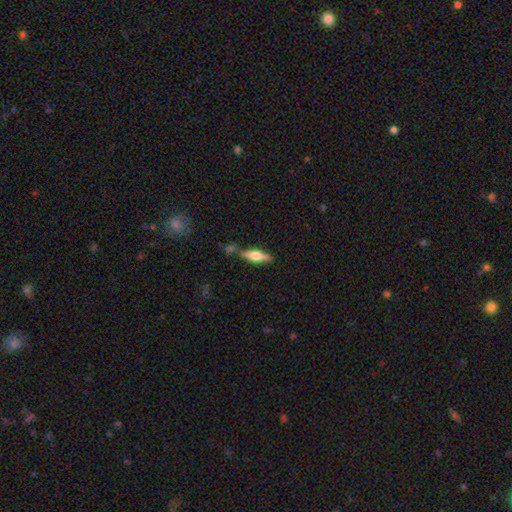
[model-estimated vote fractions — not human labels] A featured or disk galaxy (51%) viewed edge-on (92%). Merging: none (74%).